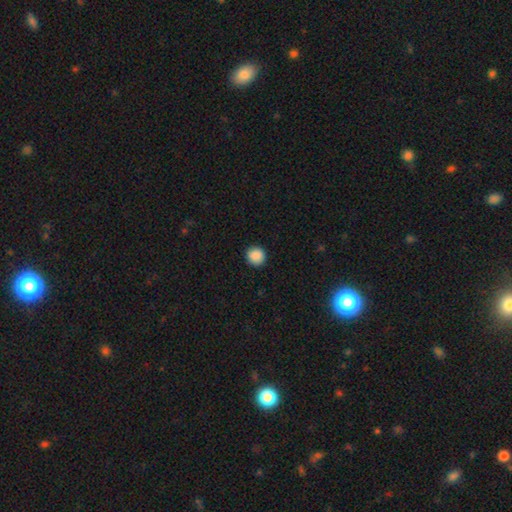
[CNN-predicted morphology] This is clearly a smooth galaxy (89%). How rounded: clearly round (94%). Merging: clearly none (92%).